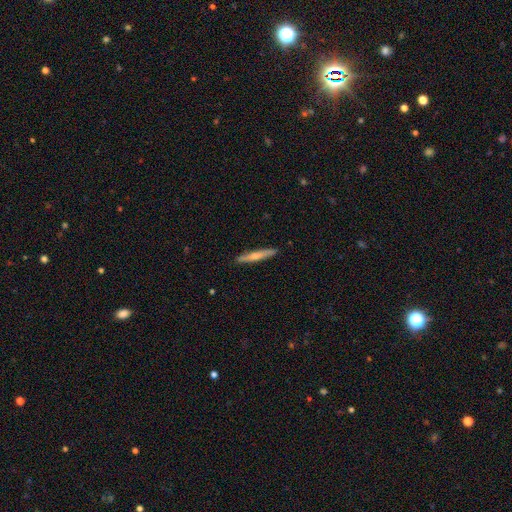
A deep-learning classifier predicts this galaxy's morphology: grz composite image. It shows a smooth galaxy with no disk features (59%) that is cigar-shaped (94%). Merging: none (90%).